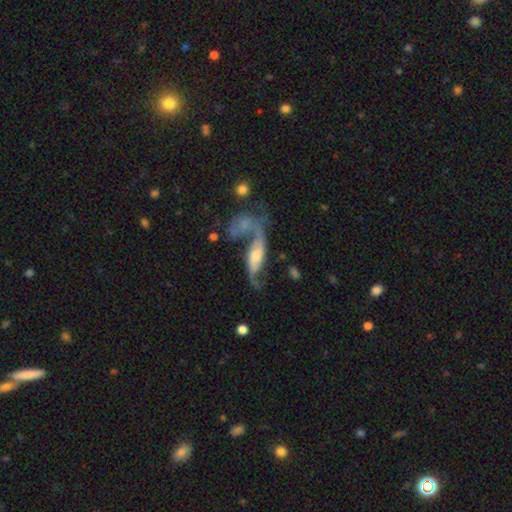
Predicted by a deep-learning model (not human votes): This appears to be a featured or disk galaxy (79%) with no bar (46%), 2 (89%) loose (81%) spiral arms (91%) and a moderate central bulge (43%). Merging: none (40%).